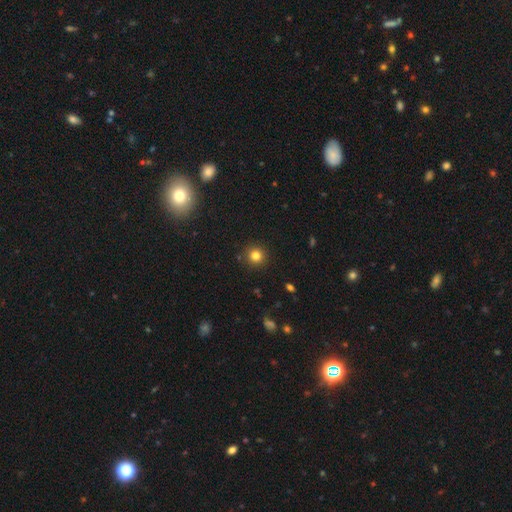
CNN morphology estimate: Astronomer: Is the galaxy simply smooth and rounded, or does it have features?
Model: smooth — 81%.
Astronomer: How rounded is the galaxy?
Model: round — 94%.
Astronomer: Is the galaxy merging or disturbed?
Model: none — 91%.